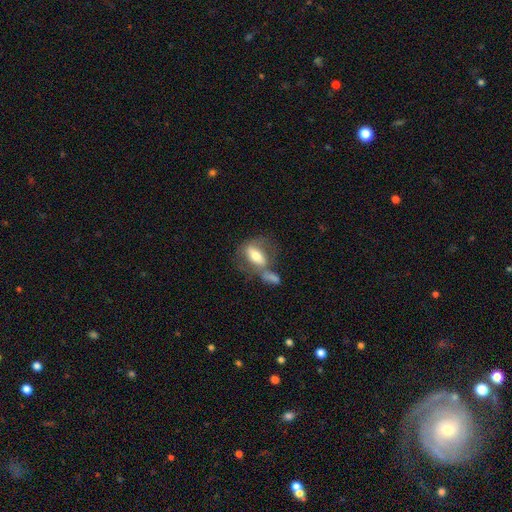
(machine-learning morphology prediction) smooth-or-featured: smooth: 55% | featured or disk: 38% | star or artifact: 7%
  how-rounded: in between: 80% | cigar-shaped: 11% | round: 9%
  merging: merger: 38% | none: 31% | major disturbance: 17% | minor disturbance: 15%